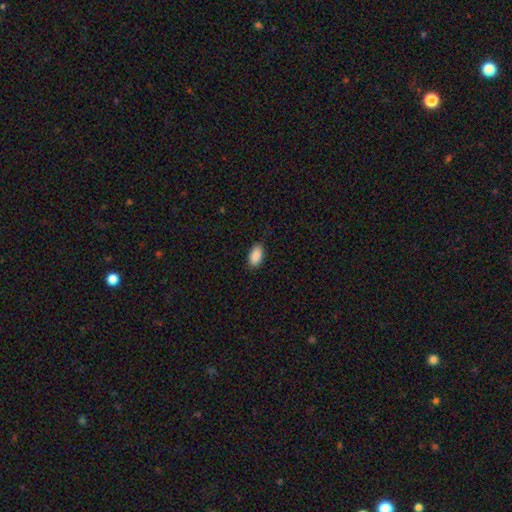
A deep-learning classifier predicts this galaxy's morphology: Smooth or featured?
  - smooth: 90% *
  - star or artifact: 7%
  - featured or disk: 3%
How rounded?
  - in between: 93% *
  - round: 4%
  - cigar-shaped: 3%
Merging?
  - none: 84% *
  - minor disturbance: 13%
  - major disturbance: 3%
  - merger: 1%